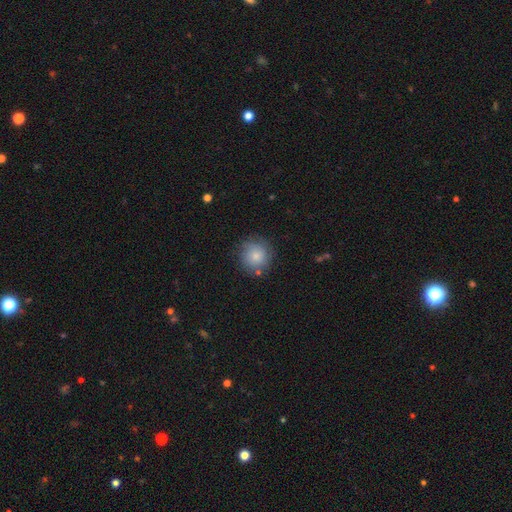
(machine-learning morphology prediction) Smooth or featured: smooth — 82% (featured or disk — 10%)
How rounded: round — 93% (in between — 6%)
Merging: none — 79% (minor disturbance — 14%)